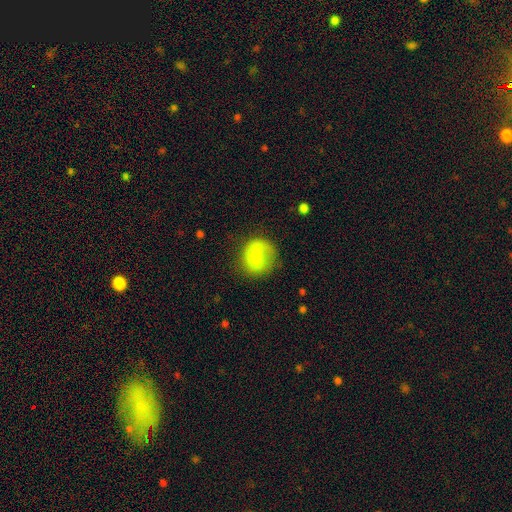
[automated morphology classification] smooth-or-featured: smooth: 70% | featured or disk: 22% | star or artifact: 8%
  how-rounded: round: 68% | in between: 30% | cigar-shaped: 2%
  merging: none: 51% | major disturbance: 23% | minor disturbance: 23% | merger: 2%